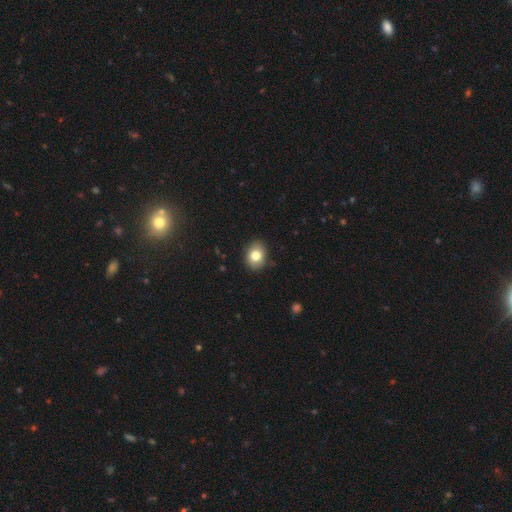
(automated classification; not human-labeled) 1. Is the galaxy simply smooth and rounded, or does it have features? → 79% smooth, 11% featured or disk, 9% star or artifact.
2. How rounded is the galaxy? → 51% round, 48% in between, 1% cigar-shaped.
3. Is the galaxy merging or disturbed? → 86% none, 11% minor disturbance, 2% major disturbance, 1% merger.